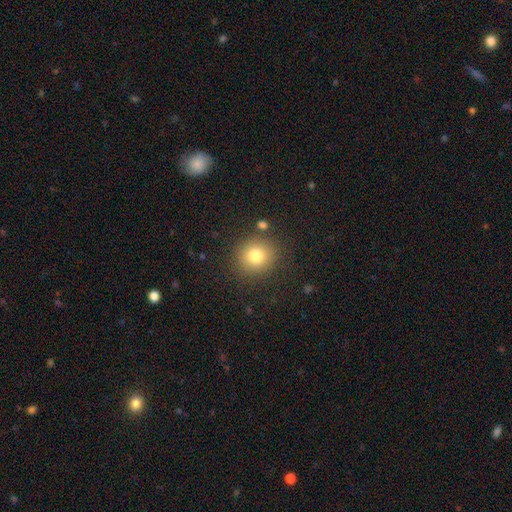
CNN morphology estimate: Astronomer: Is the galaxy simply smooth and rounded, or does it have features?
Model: smooth — 79%.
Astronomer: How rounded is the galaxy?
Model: round — 87%.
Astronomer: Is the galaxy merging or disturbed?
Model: none — 86%.